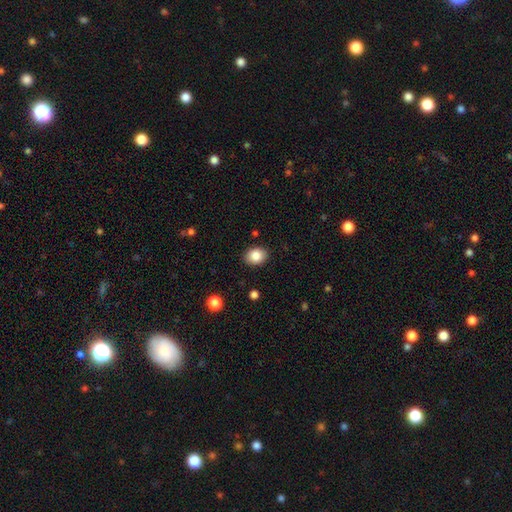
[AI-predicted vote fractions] This is clearly a smooth galaxy (85%). How rounded: possibly in between (58%). Merging: clearly none (89%).